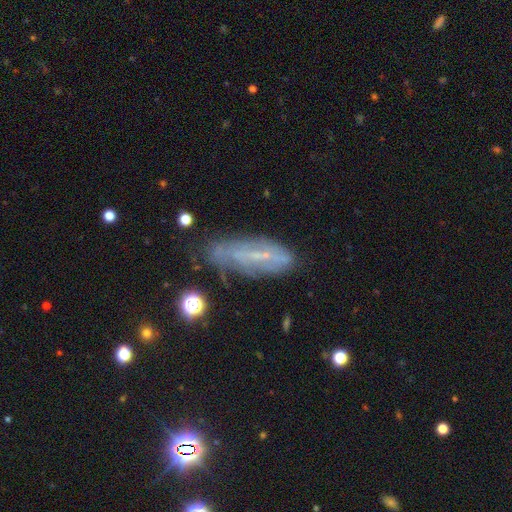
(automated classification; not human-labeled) A featured or disk galaxy (53%).

Vote fractions:
- Smooth or featured? featured or disk: 53% / smooth: 32% / star or artifact: 15%
- Edge-on disk? no: 69% / yes: 31%
- Merging? none: 54% / minor disturbance: 28% / major disturbance: 14% / merger: 4%